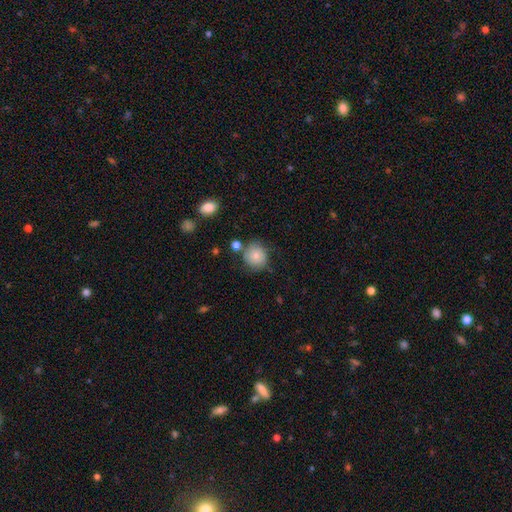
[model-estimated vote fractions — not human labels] Smooth or featured?
  - smooth: 76% *
  - featured or disk: 15%
  - star or artifact: 9%
How rounded?
  - round: 89% *
  - in between: 10%
  - cigar-shaped: 1%
Merging?
  - none: 71% *
  - minor disturbance: 17%
  - merger: 7%
  - major disturbance: 5%